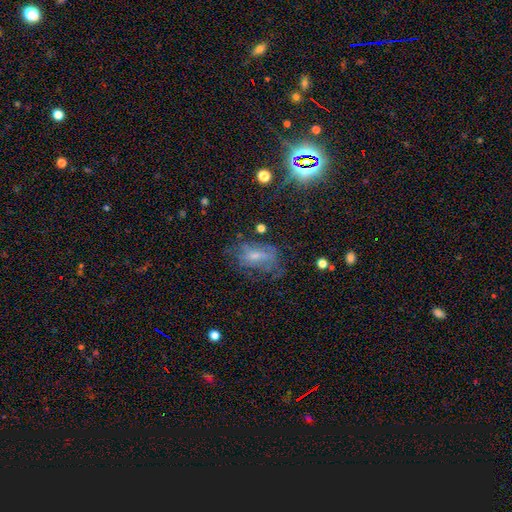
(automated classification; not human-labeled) Smooth or featured? Predicted: featured or disk (p=0.44). Merging? Predicted: none (p=0.45).